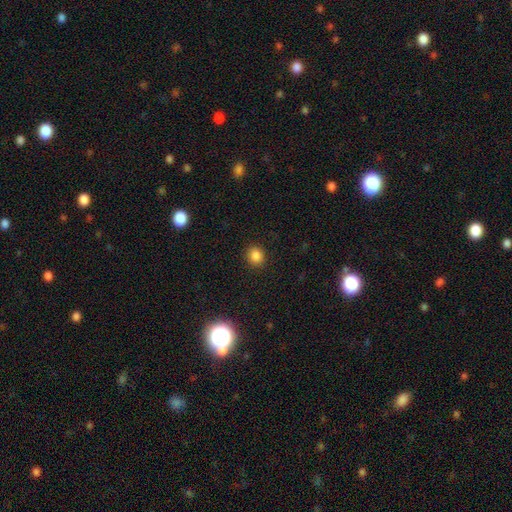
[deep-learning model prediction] Q: Smooth or featured?
A: smooth (84%); runner-up: star or artifact (12%)
Q: How rounded?
A: round (81%); runner-up: in between (18%)
Q: Merging?
A: none (90%); runner-up: minor disturbance (6%)